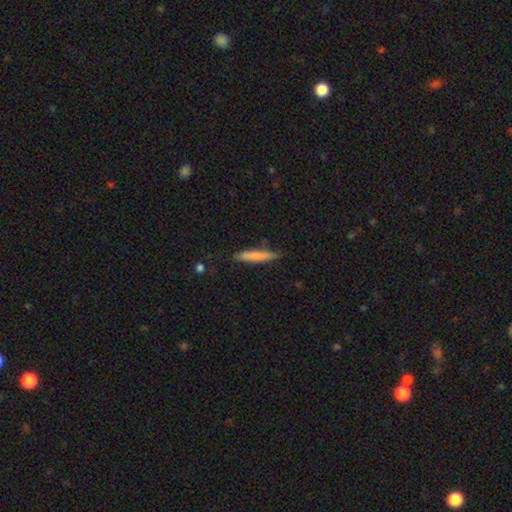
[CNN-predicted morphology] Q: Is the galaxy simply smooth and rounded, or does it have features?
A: smooth — 76%.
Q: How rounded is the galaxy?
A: cigar-shaped — 91%.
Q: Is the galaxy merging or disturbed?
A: none — 81%.